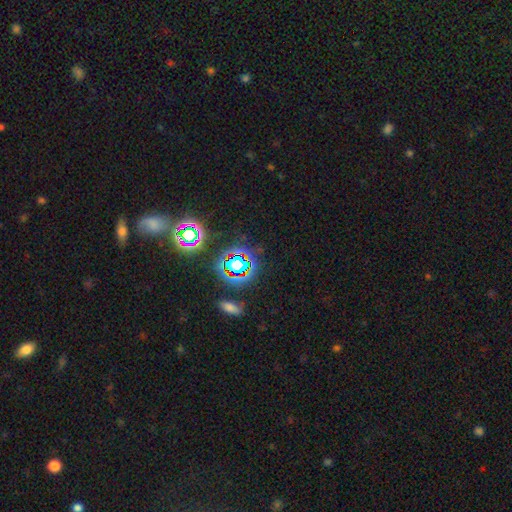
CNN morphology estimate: Smooth or featured: star or artifact — 71% (smooth — 20%)